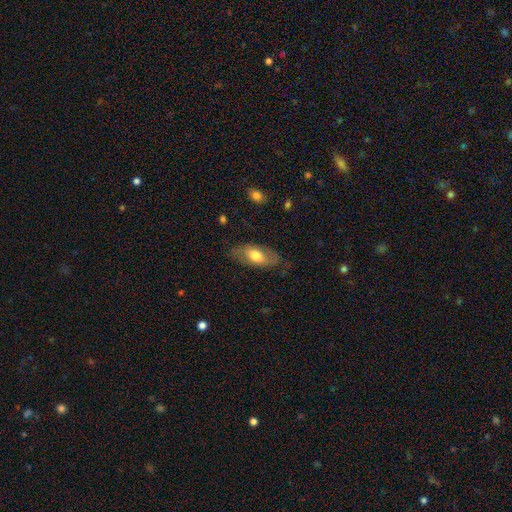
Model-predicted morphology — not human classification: smooth-or-featured: smooth: 57% | featured or disk: 37% | star or artifact: 6%
  how-rounded: in between: 87% | cigar-shaped: 9% | round: 4%
  merging: none: 72% | minor disturbance: 20% | major disturbance: 7% | merger: 1%